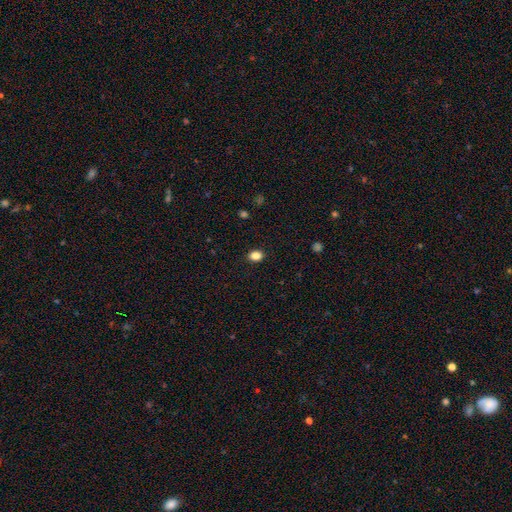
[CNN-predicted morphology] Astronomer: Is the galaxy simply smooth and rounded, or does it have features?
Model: smooth — 85%.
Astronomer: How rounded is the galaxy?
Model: in between — 60% (runner-up: round, 39%).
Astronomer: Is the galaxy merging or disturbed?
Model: none — 89%.